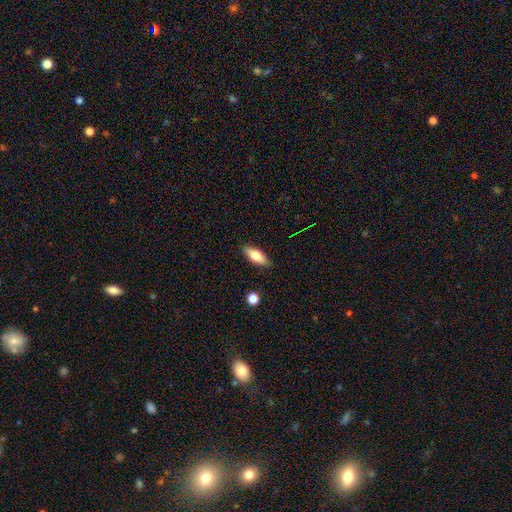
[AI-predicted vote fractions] This is likely a smooth galaxy (73%). How rounded: likely in between (72%). Merging: clearly none (87%).